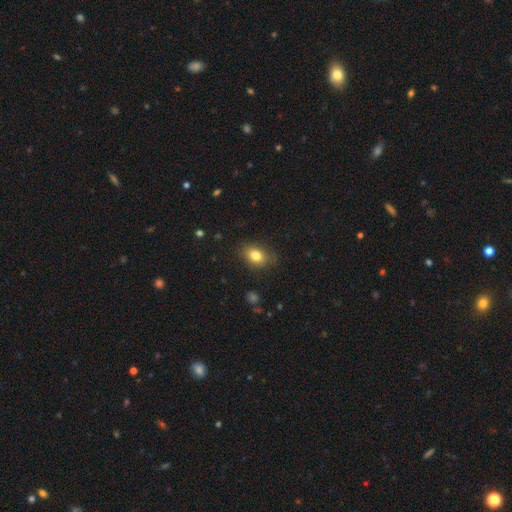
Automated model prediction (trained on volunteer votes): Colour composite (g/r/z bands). It shows a smooth galaxy with no disk features (81%) that is in between round and cigar-shaped (75%). Merging: none (82%).